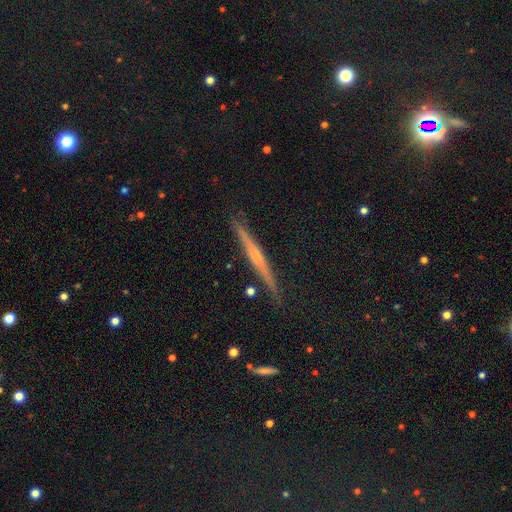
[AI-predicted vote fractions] A featured or disk galaxy (64%) viewed edge-on (98%) with no central bulge (53%). Merging: none (88%).